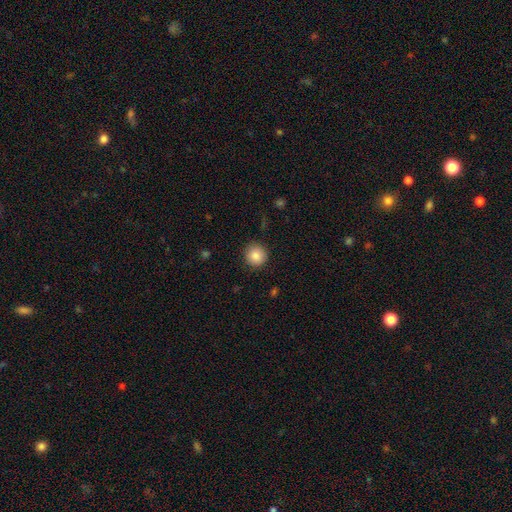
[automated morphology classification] This is clearly a smooth galaxy (86%). How rounded: clearly round (93%). Merging: clearly none (90%).